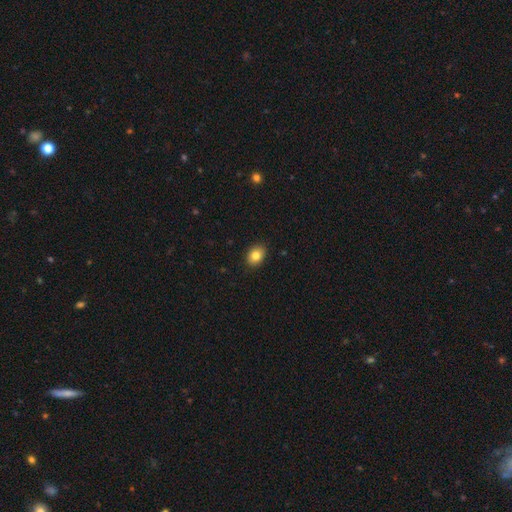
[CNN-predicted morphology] smooth 82%, star or artifact 9%, featured or disk 9%. Down the decision tree: how rounded — in between (63%); merging — none (90%).